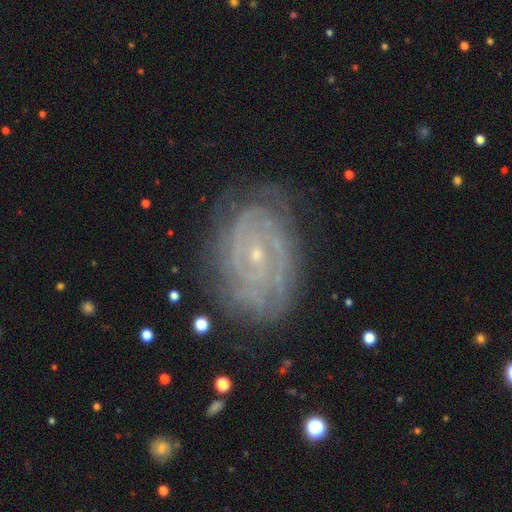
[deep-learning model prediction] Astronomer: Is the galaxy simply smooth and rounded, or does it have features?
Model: featured or disk — 85%.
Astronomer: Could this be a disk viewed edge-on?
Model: no — 97%.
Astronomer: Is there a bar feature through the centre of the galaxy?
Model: no — 68%.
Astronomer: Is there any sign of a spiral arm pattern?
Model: yes — 96%.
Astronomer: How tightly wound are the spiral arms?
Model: tight — 80%.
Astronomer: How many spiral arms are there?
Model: can't tell — 30% (runner-up: 2, 28%).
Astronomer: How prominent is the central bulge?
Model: small — 82%.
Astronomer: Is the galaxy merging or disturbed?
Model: none — 77%.